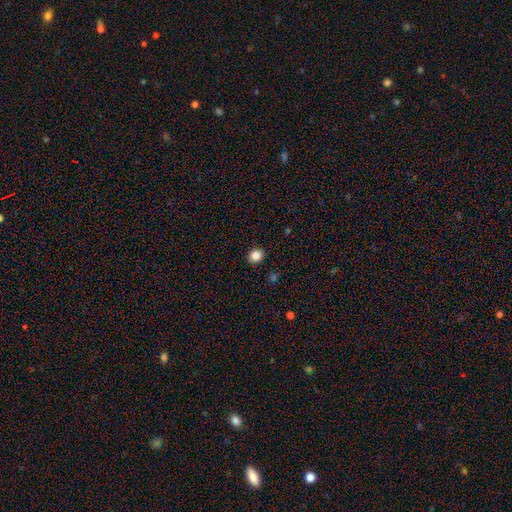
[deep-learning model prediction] smooth 84%, star or artifact 11%, featured or disk 4%. Down the decision tree: how rounded — round (72%); merging — none (91%).